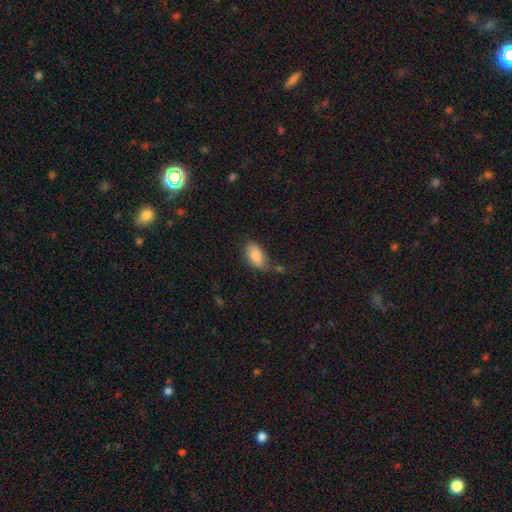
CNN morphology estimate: Smooth or featured? Predicted: smooth (p=0.86). How rounded? Predicted: in between (p=0.93). Merging? Predicted: none (p=0.54).